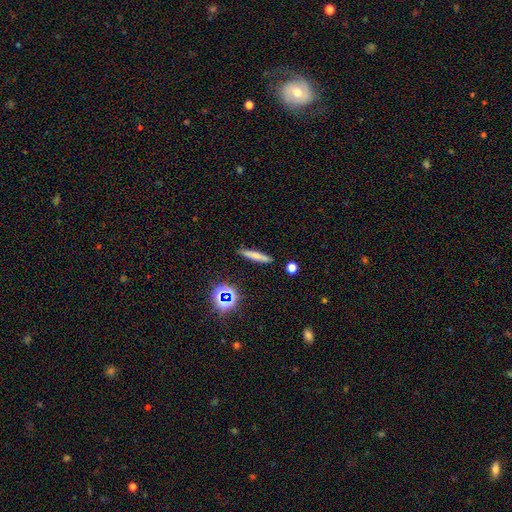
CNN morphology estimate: Smooth or featured?
  - smooth: 70% *
  - featured or disk: 17%
  - star or artifact: 13%
How rounded?
  - cigar-shaped: 89% *
  - in between: 8%
  - round: 3%
Merging?
  - none: 86% *
  - minor disturbance: 9%
  - major disturbance: 2%
  - merger: 2%